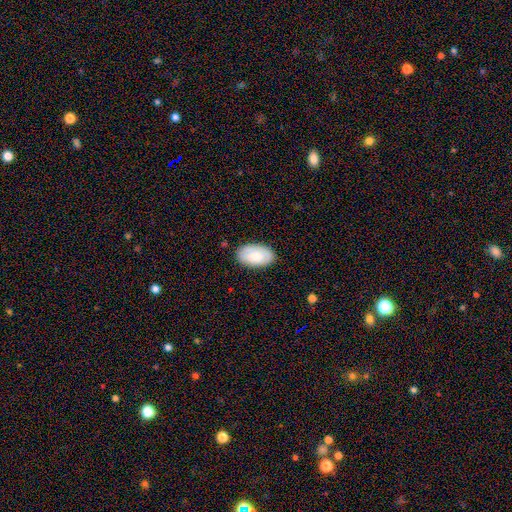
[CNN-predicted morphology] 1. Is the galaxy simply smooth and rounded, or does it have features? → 75% smooth, 19% featured or disk, 6% star or artifact.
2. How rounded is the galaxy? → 94% in between, 4% round, 1% cigar-shaped.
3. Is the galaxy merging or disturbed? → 84% none, 12% minor disturbance, 2% major disturbance, 1% merger.